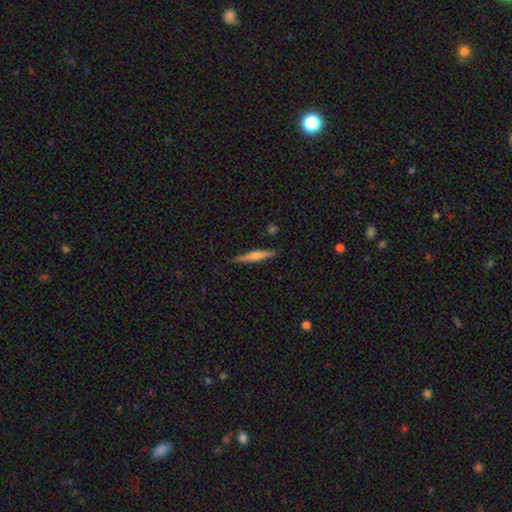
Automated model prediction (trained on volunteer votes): Smooth or featured: smooth — 54% (featured or disk — 40%)
How rounded: cigar-shaped — 92% (in between — 7%)
Merging: none — 87% (minor disturbance — 9%)